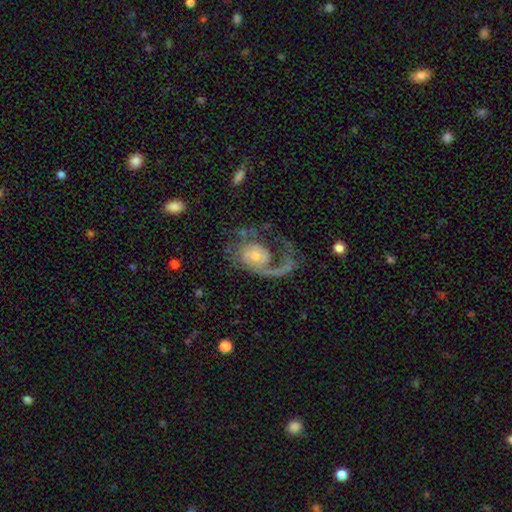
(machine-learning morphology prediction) This appears to be a featured or disk galaxy (80%) with no bar (74%), 1 (72%) loose (40%) spiral arms (88%) and a small central bulge (60%). Merging: major disturbance (43%).